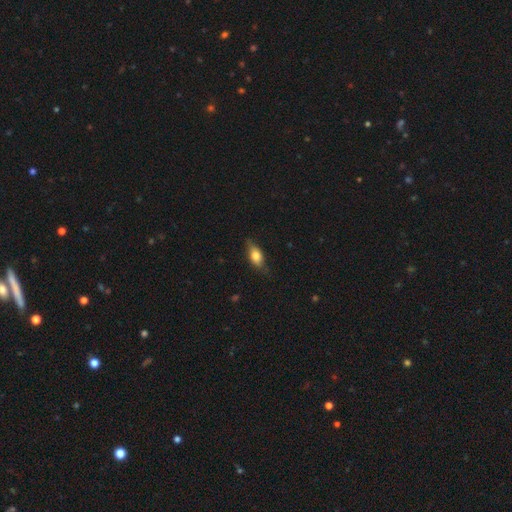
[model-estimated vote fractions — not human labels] Smooth or featured: smooth — 74% (featured or disk — 19%)
How rounded: in between — 83% (cigar-shaped — 12%)
Merging: none — 73% (minor disturbance — 21%)